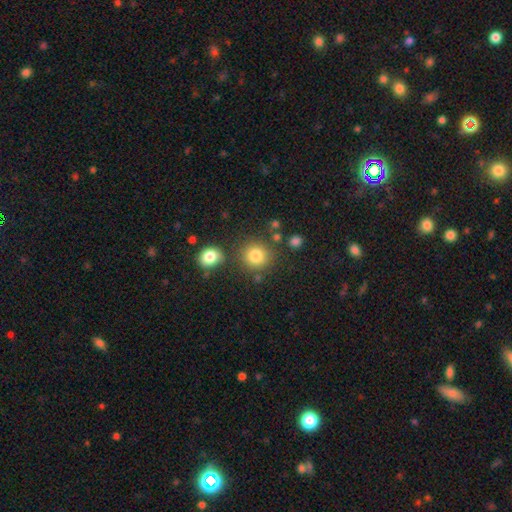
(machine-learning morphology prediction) A smooth galaxy with no disk features (83%) that is round (90%). Merging: none (80%).